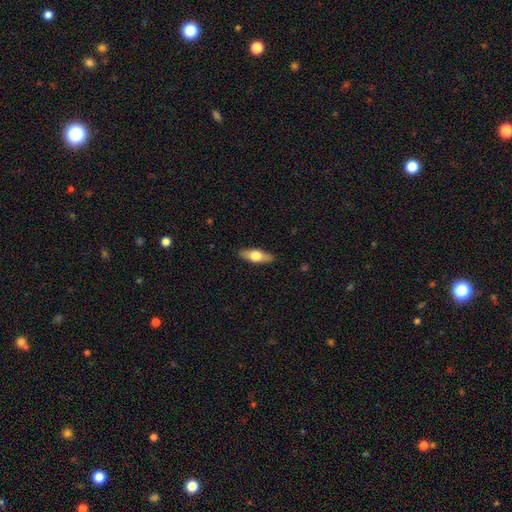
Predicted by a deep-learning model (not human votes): Smooth or featured: smooth — 58% (featured or disk — 36%)
How rounded: in between — 65% (cigar-shaped — 32%)
Merging: none — 88% (minor disturbance — 9%)